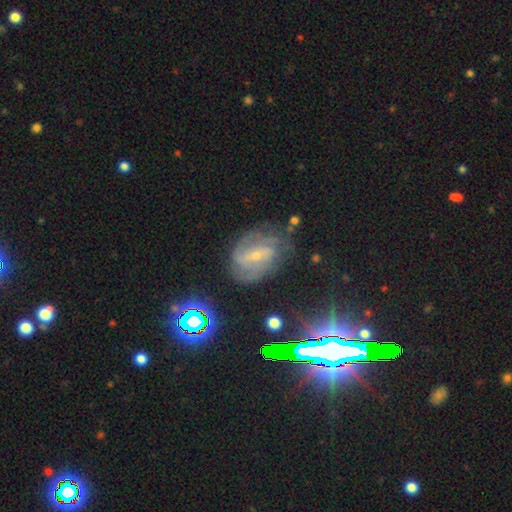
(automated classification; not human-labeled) Smooth or featured?
  - featured or disk: 74% *
  - star or artifact: 13%
  - smooth: 13%
Edge-on disk?
  - no: 95% *
  - yes: 5%
Bar?
  - weak: 42% *
  - strong: 37%
  - no: 21%
Spiral arms?
  - yes: 89% *
  - no: 11%
Spiral winding?
  - tight: 41% *
  - medium: 40%
  - loose: 19%
Spiral arm count?
  - 2: 50% *
  - can't tell: 28%
  - 3: 11%
  - 4: 4%
  - 1: 4%
  - more than 4: 3%
Bulge size?
  - small: 72% *
  - moderate: 24%
  - none: 2%
  - large: 1%
  - dominant: 1%
Merging?
  - none: 66% *
  - minor disturbance: 21%
  - major disturbance: 11%
  - merger: 2%